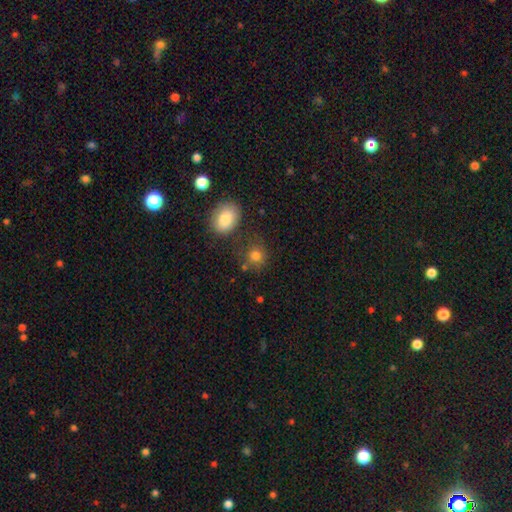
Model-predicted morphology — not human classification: type=smooth (80%); roundness=round (76%); merging=none (67%).